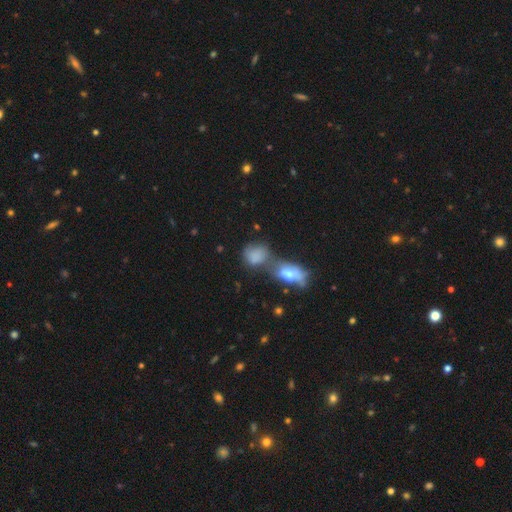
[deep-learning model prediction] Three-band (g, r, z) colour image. It shows a smooth galaxy with no disk features (76%) that is in between round and cigar-shaped (55%). Merging: merger (49%).